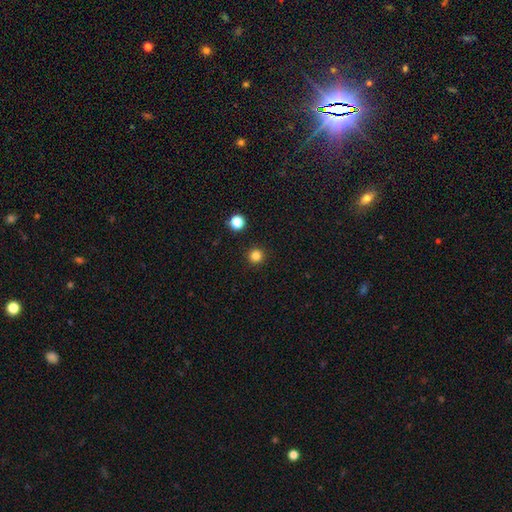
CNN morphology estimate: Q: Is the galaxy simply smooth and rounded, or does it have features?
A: smooth — 83%.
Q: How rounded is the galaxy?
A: round — 96%.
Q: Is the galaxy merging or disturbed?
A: none — 93%.